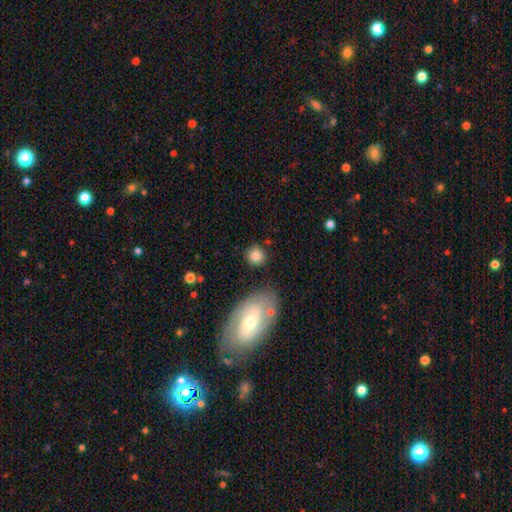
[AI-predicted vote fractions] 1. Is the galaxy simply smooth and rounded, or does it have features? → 80% smooth, 11% featured or disk, 9% star or artifact.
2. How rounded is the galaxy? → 84% round, 15% in between, 1% cigar-shaped.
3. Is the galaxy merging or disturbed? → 80% none, 10% minor disturbance, 6% merger, 4% major disturbance.